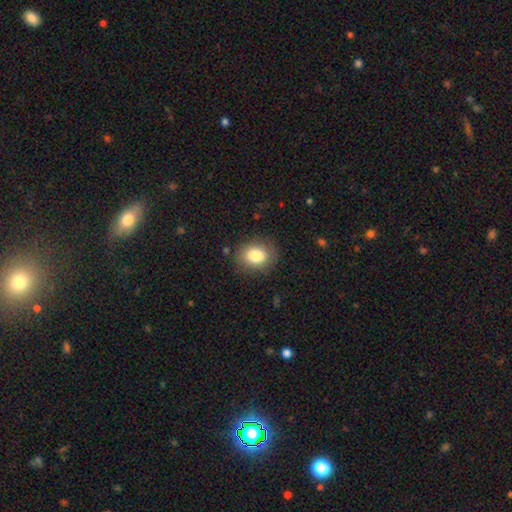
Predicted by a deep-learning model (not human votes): A smooth galaxy with no disk features (82%) that is in between round and cigar-shaped (54%). Merging: none (83%).